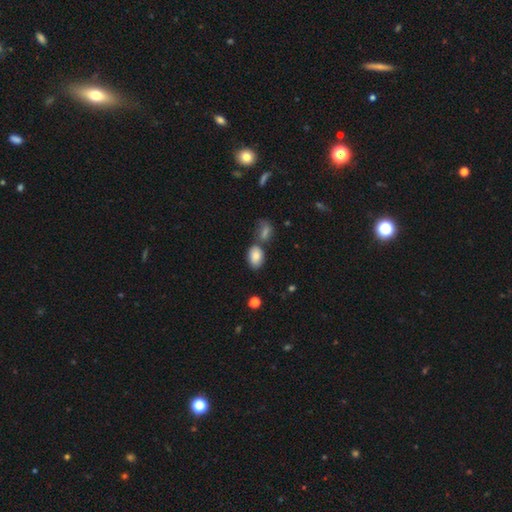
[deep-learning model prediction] This appears to be a smooth galaxy with no disk features (84%) that is in between round and cigar-shaped (88%). Merging: none (57%).